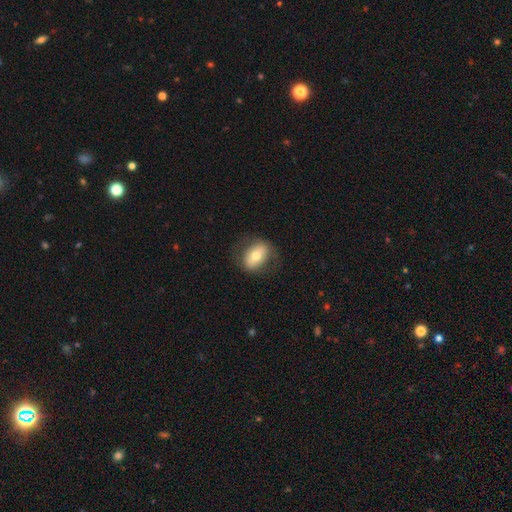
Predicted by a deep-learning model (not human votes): smooth 65%, featured or disk 28%, star or artifact 7%. Down the decision tree: how rounded — in between (82%); merging — none (76%).